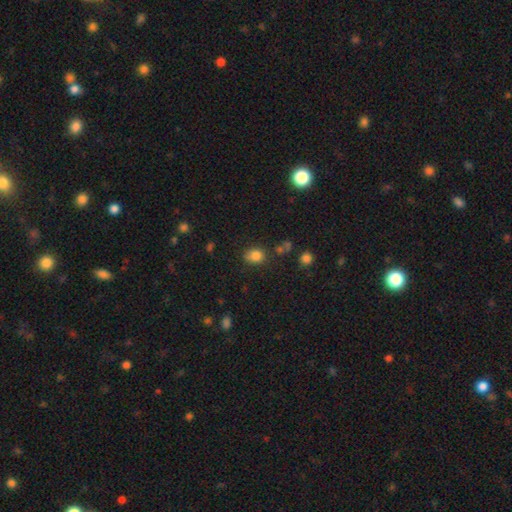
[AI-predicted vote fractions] Smooth or featured? Predicted: smooth (p=0.81). How rounded? Predicted: round (p=0.55). Merging? Predicted: none (p=0.71).